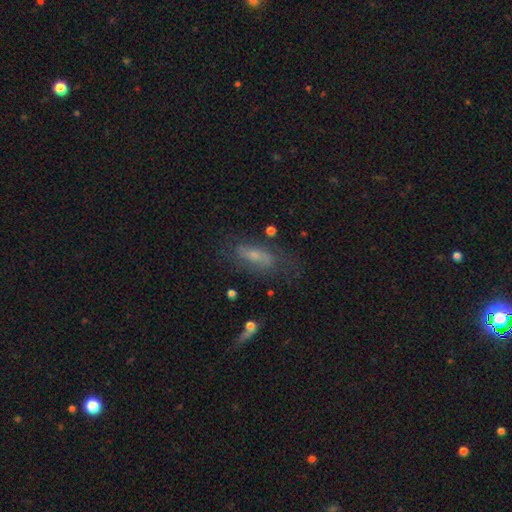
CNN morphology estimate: Q: Smooth or featured?
A: featured or disk (44%); runner-up: smooth (43%)
Q: Merging?
A: none (58%); runner-up: minor disturbance (22%)